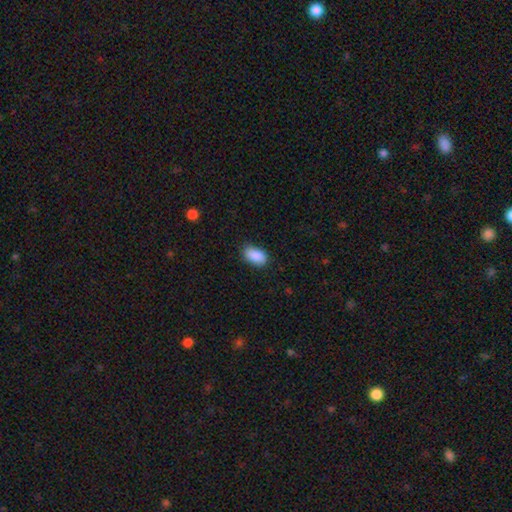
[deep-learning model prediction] smooth 88%, star or artifact 7%, featured or disk 4%. Down the decision tree: how rounded — in between (92%); merging — none (80%).